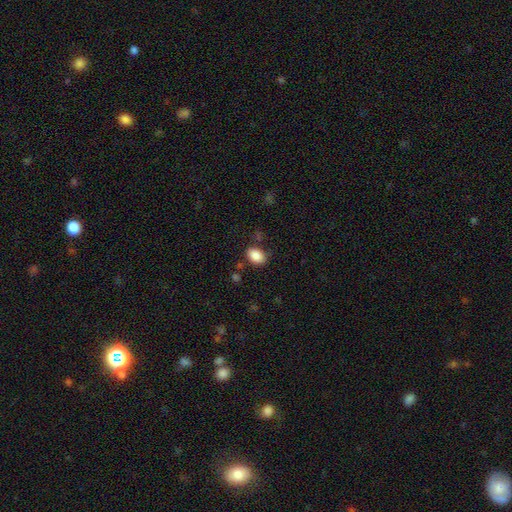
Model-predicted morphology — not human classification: smooth_or_featured: smooth (p=0.87) [alt: star or artifact p=0.08]
how_rounded: in between (p=0.78) [alt: round p=0.21]
merging: none (p=0.79) [alt: minor disturbance p=0.13]